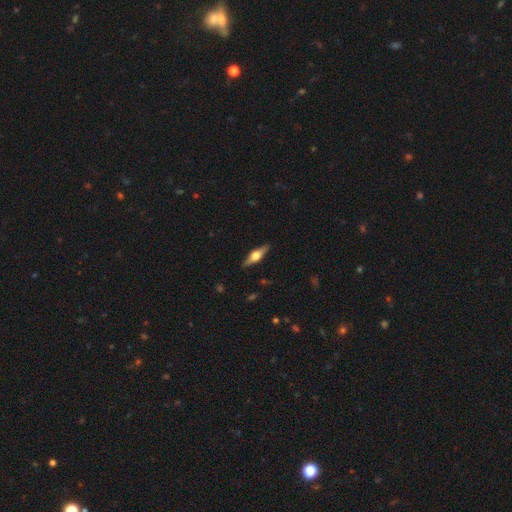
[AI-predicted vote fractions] Q: Smooth or featured?
A: featured or disk (69%); runner-up: smooth (25%)
Q: Edge-on disk?
A: yes (96%); runner-up: no (4%)
Q: Edge-on bulge?
A: rounded (94%); runner-up: boxy (5%)
Q: Merging?
A: none (89%); runner-up: minor disturbance (8%)